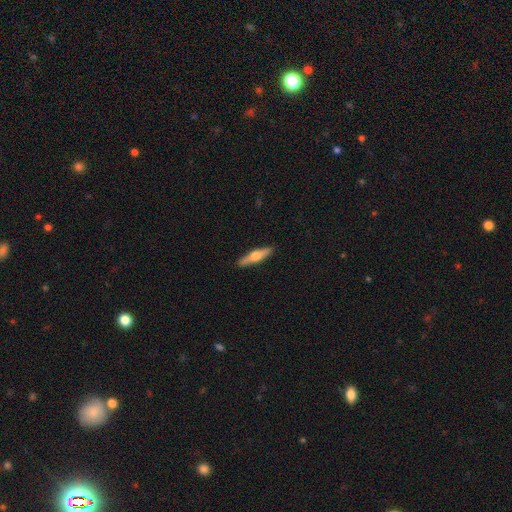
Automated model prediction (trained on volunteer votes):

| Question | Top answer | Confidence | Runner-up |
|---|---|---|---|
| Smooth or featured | featured or disk | 54% | smooth (41%) |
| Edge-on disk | yes | 94% | no (6%) |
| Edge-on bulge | rounded | 93% | boxy (4%) |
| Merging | none | 90% | minor disturbance (7%) |